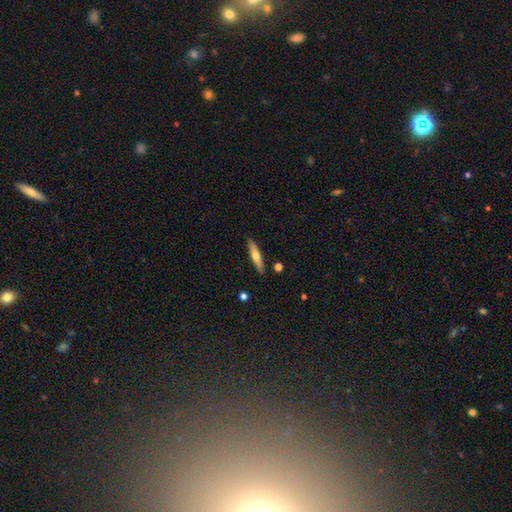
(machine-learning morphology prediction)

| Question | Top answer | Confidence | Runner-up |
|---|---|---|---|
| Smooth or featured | smooth | 50% | featured or disk (44%) |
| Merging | none | 89% | minor disturbance (8%) |